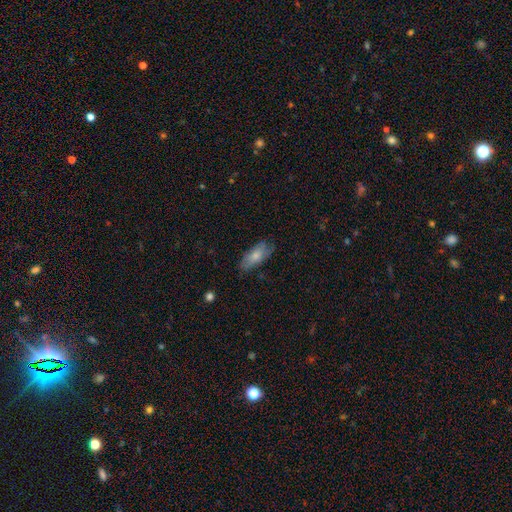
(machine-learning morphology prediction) smooth-or-featured: smooth: 72% | featured or disk: 22% | star or artifact: 6%
  how-rounded: in between: 79% | cigar-shaped: 19% | round: 2%
  merging: none: 71% | minor disturbance: 23% | major disturbance: 5% | merger: 1%